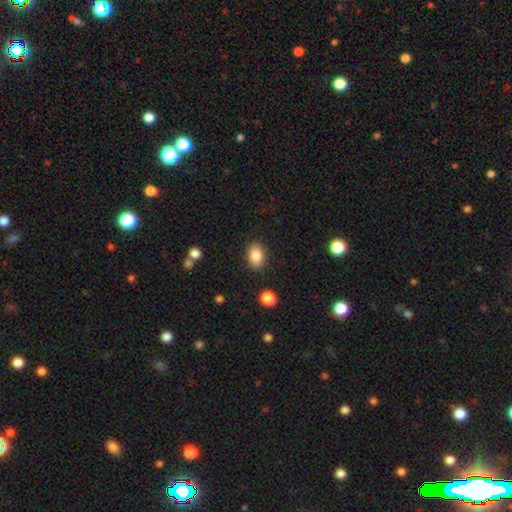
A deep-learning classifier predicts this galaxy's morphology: Q: Smooth or featured?
A: smooth (86%); runner-up: star or artifact (8%)
Q: How rounded?
A: in between (80%); runner-up: round (18%)
Q: Merging?
A: none (86%); runner-up: minor disturbance (9%)